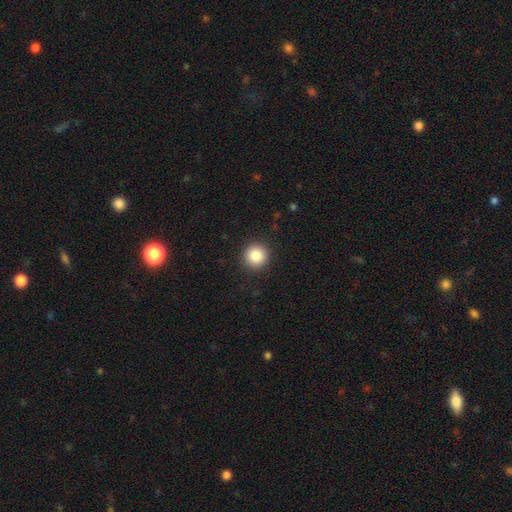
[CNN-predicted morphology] Smooth or featured? Predicted: smooth (p=0.86). How rounded? Predicted: round (p=0.95). Merging? Predicted: none (p=0.92).